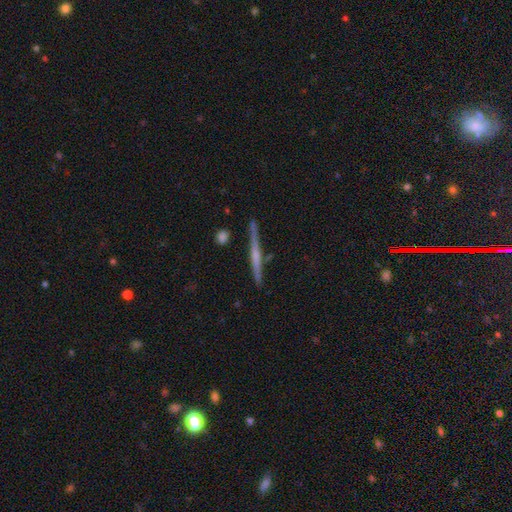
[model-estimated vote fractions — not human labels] Smooth or featured? Predicted: featured or disk (p=0.73). Edge-on disk? Predicted: yes (p=0.98). Edge-on bulge? Predicted: rounded (p=0.52). Merging? Predicted: none (p=0.89).